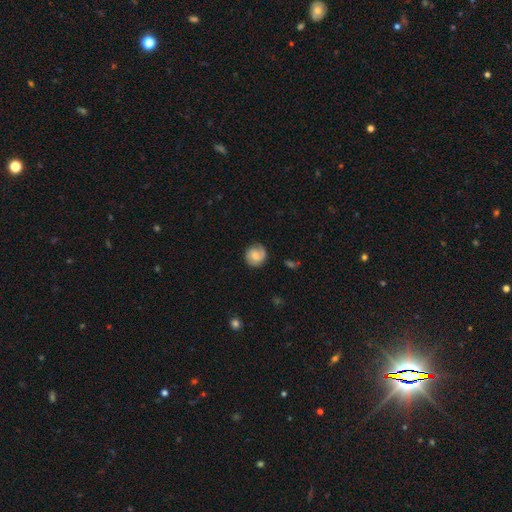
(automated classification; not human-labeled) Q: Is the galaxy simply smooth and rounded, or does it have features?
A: smooth — 47%.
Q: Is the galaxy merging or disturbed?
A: none — 77%.